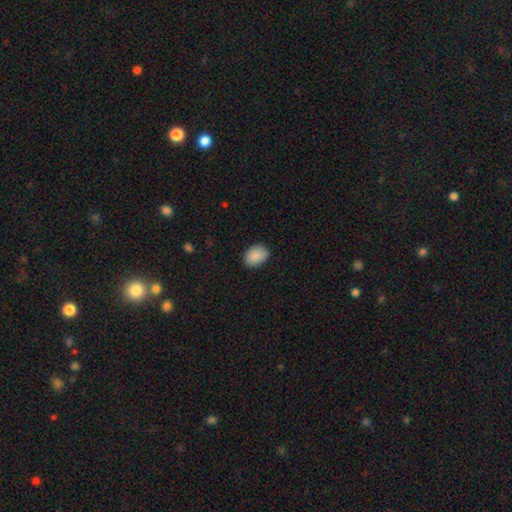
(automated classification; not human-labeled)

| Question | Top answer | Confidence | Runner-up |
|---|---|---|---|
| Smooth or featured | smooth | 90% | star or artifact (7%) |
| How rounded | in between | 76% | round (23%) |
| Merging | none | 86% | minor disturbance (11%) |